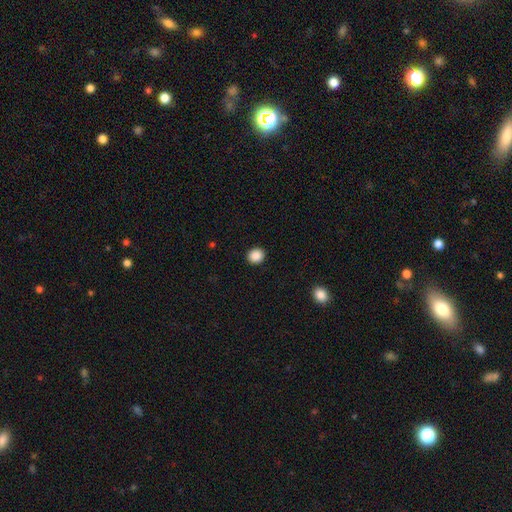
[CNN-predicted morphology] A smooth galaxy with no disk features (89%) that is round (81%).

Vote fractions:
- Smooth or featured? smooth: 89% / star or artifact: 9% / featured or disk: 2%
- How rounded? round: 81% / in between: 18% / cigar-shaped: 1%
- Merging? none: 92% / minor disturbance: 5% / major disturbance: 2% / merger: 1%